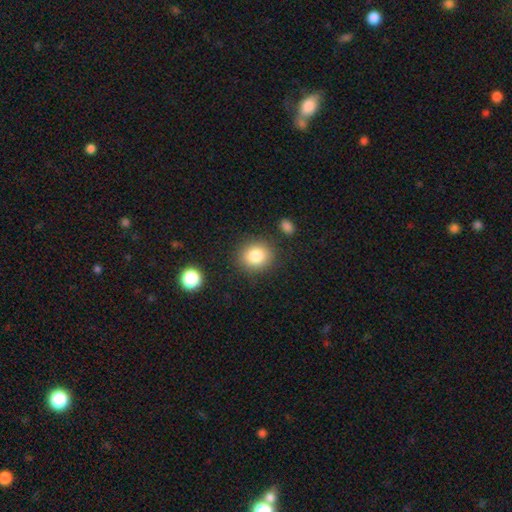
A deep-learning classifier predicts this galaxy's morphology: Q: Smooth or featured?
A: smooth (83%); runner-up: star or artifact (10%)
Q: How rounded?
A: round (75%); runner-up: in between (24%)
Q: Merging?
A: none (85%); runner-up: minor disturbance (9%)